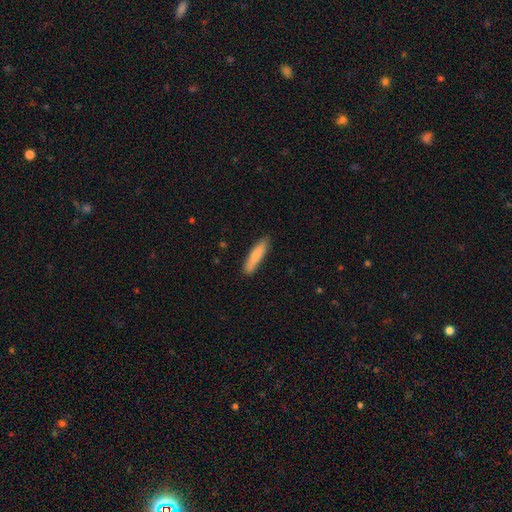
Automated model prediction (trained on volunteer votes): Smooth or featured: smooth — 82% (featured or disk — 13%)
How rounded: cigar-shaped — 85% (in between — 14%)
Merging: none — 86% (minor disturbance — 11%)